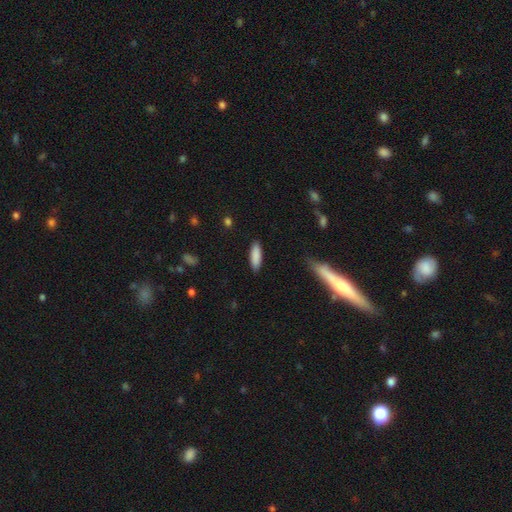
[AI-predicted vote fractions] The model was most divided on "how rounded" (2-way tie): in between: 49%, cigar-shaped: 49%, round: 2%. More confident: smooth or featured — smooth (88%); merging — none (88%).